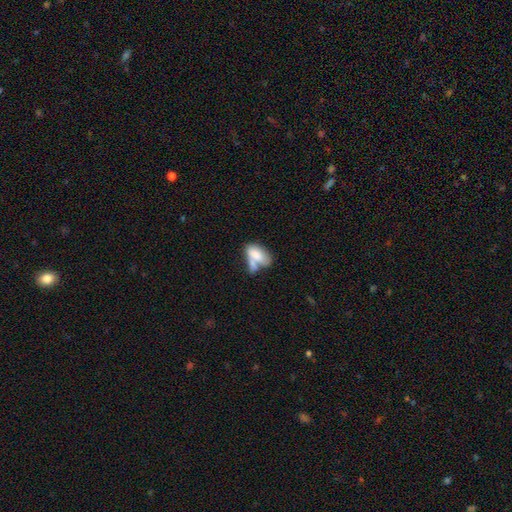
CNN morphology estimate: Smooth or featured?
  - smooth: 73% *
  - featured or disk: 20%
  - star or artifact: 8%
How rounded?
  - in between: 90% *
  - round: 5%
  - cigar-shaped: 4%
Merging?
  - merger: 52% *
  - none: 22%
  - minor disturbance: 14%
  - major disturbance: 12%